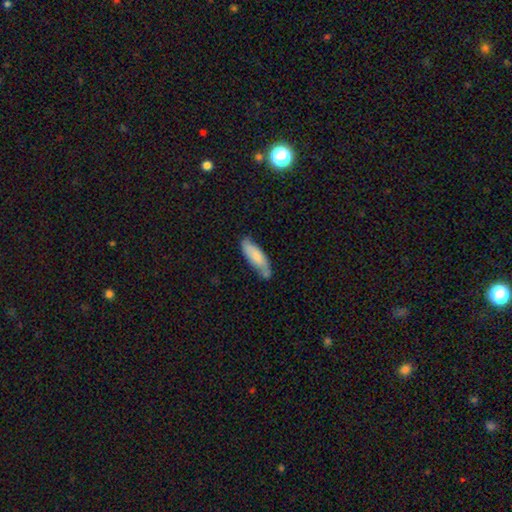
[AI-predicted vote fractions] Smooth or featured?
  - smooth: 76% *
  - featured or disk: 19%
  - star or artifact: 6%
How rounded?
  - in between: 54% *
  - cigar-shaped: 44%
  - round: 2%
Merging?
  - none: 59% *
  - minor disturbance: 27%
  - merger: 8%
  - major disturbance: 5%